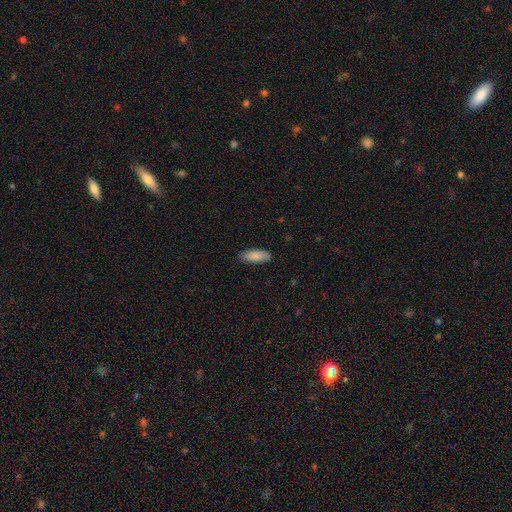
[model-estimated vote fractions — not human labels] Q: Smooth or featured?
A: smooth (88%); runner-up: featured or disk (6%)
Q: How rounded?
A: in between (77%); runner-up: cigar-shaped (21%)
Q: Merging?
A: none (85%); runner-up: minor disturbance (11%)